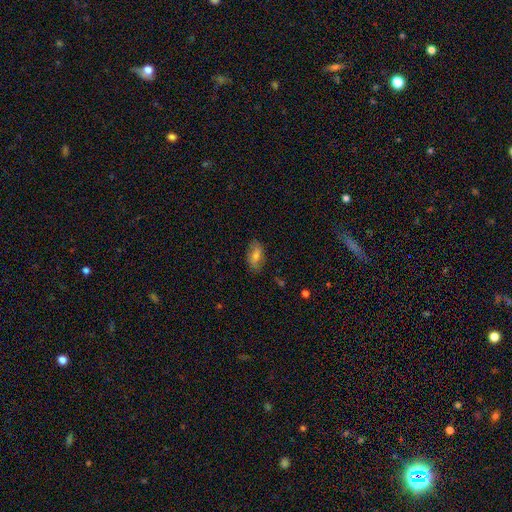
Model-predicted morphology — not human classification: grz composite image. It shows a smooth galaxy with no disk features (60%) that is in between round and cigar-shaped (86%). Merging: none (80%).